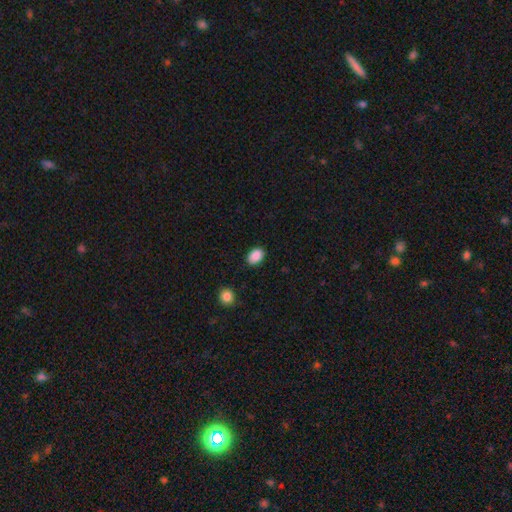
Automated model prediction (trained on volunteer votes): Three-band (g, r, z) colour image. It shows a smooth galaxy with no disk features (89%) that is in between round and cigar-shaped (79%). Merging: none (88%).